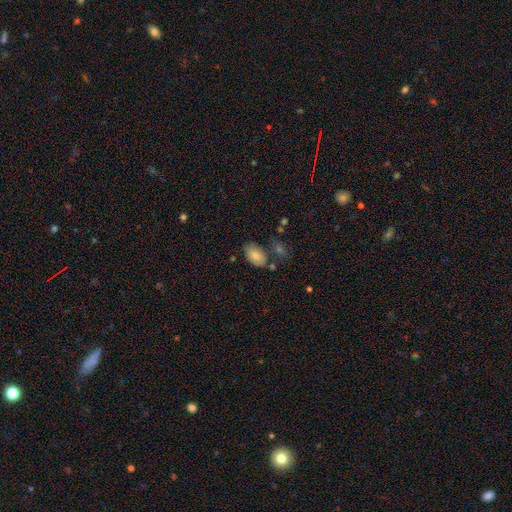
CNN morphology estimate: The model was most divided on "merging": none: 65%, minor disturbance: 19%, merger: 10%, major disturbance: 6%. More confident: how rounded — in between (93%); smooth or featured — smooth (81%).